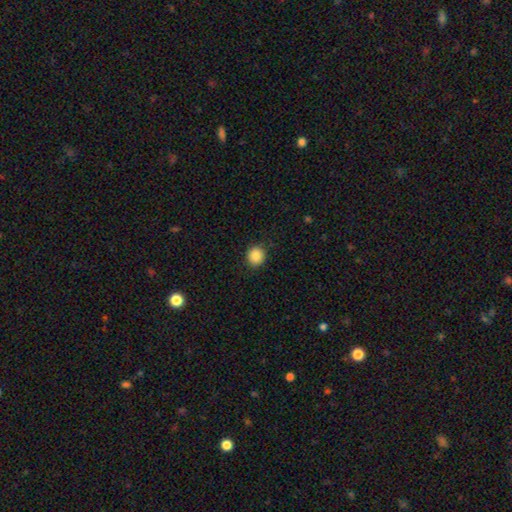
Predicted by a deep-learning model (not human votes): smooth_or_featured: smooth (p=0.88) [alt: star or artifact p=0.09]
how_rounded: round (p=0.84) [alt: in between p=0.15]
merging: none (p=0.88) [alt: minor disturbance p=0.08]